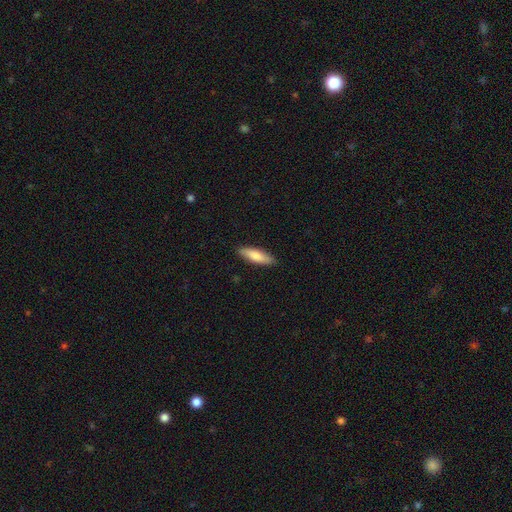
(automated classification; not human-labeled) Smooth or featured?
  - smooth: 75% *
  - featured or disk: 19%
  - star or artifact: 5%
How rounded?
  - cigar-shaped: 59% *
  - in between: 39%
  - round: 2%
Merging?
  - none: 88% *
  - minor disturbance: 9%
  - major disturbance: 2%
  - merger: 1%